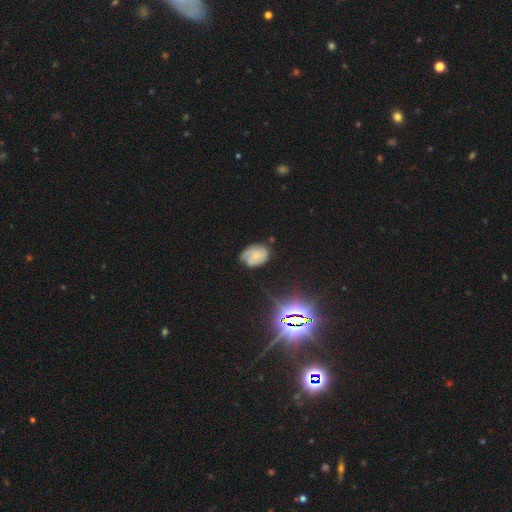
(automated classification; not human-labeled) This is possibly a smooth galaxy (46%). Merging: possibly none (56%).